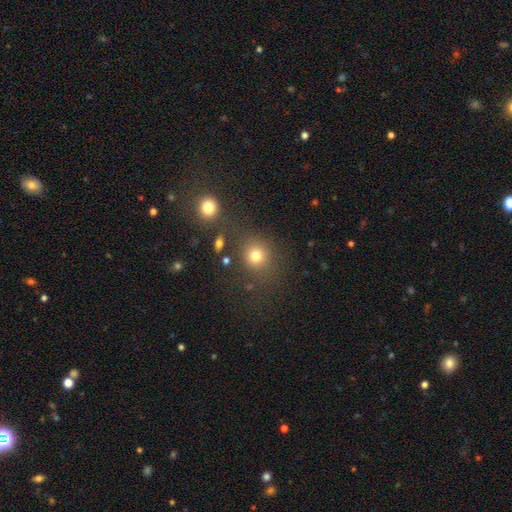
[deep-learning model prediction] Overall: smooth (76%). How rounded: round (82%). Merging: none (75%).